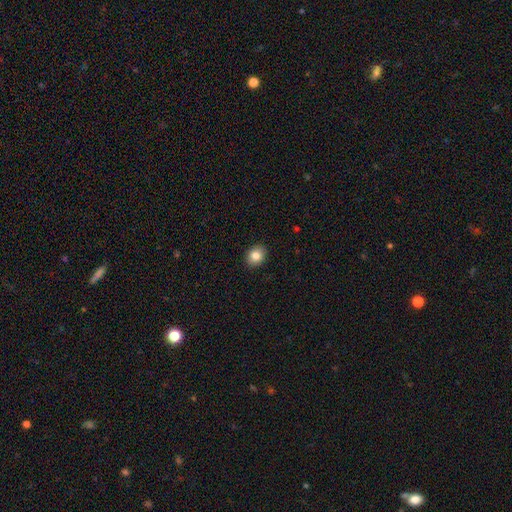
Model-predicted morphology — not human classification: smooth 84%, star or artifact 9%, featured or disk 7%. Down the decision tree: how rounded — in between (50%); merging — none (91%).